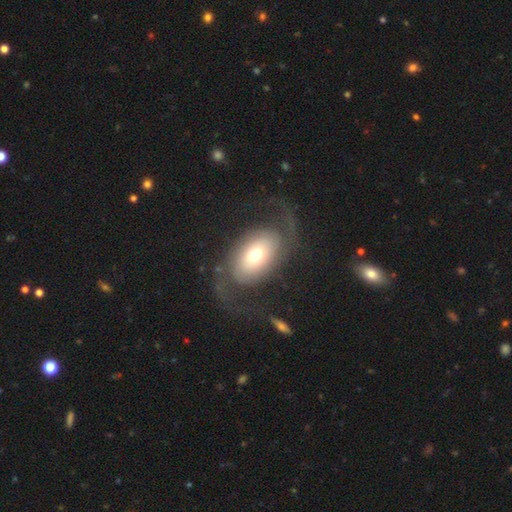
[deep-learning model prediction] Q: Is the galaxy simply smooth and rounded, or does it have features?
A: featured or disk — 67%.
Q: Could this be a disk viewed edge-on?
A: no — 93%.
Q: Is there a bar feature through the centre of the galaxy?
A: no — 69%.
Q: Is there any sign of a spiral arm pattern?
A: yes — 85%.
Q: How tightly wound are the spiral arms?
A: loose — 47%.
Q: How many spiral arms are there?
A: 2 — 81%.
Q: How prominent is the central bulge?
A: moderate — 60%.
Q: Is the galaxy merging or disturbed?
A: none — 61%.